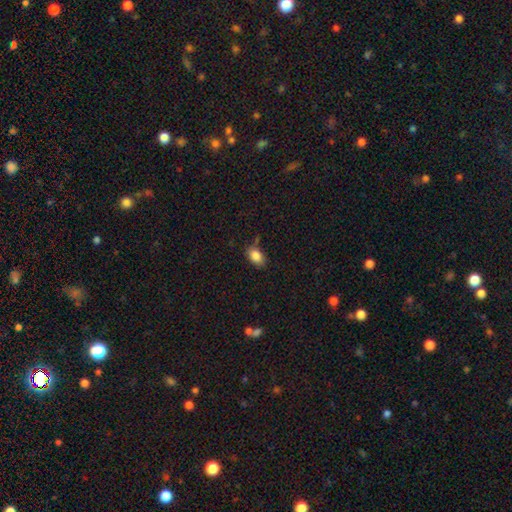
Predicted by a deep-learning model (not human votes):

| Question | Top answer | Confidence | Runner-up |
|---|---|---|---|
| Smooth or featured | smooth | 85% | star or artifact (9%) |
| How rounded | in between | 86% | round (13%) |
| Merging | none | 73% | minor disturbance (18%) |